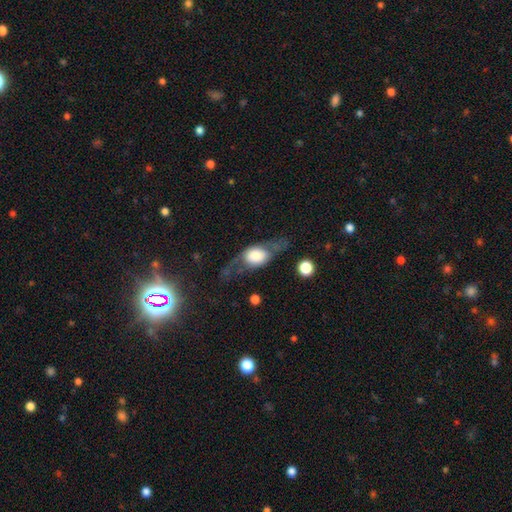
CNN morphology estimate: Smooth or featured: featured or disk — 49% (smooth — 43%)
Merging: none — 48% (major disturbance — 25%)